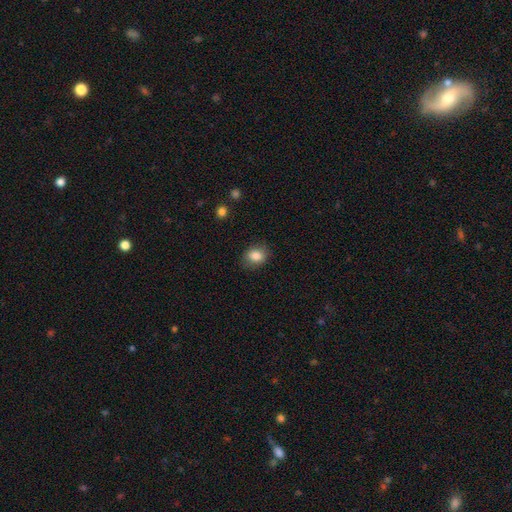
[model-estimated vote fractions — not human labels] Smooth or featured: smooth — 85% (star or artifact — 9%)
How rounded: in between — 52% (round — 47%)
Merging: none — 82% (minor disturbance — 13%)